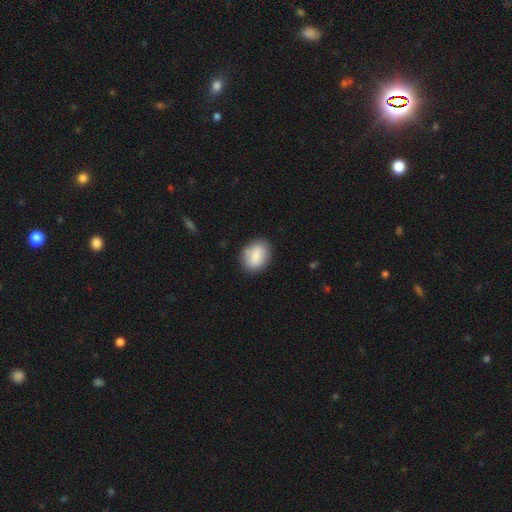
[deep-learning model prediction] This appears to be a smooth galaxy with no disk features (82%) that is in between round and cigar-shaped (71%). Merging: none (78%).